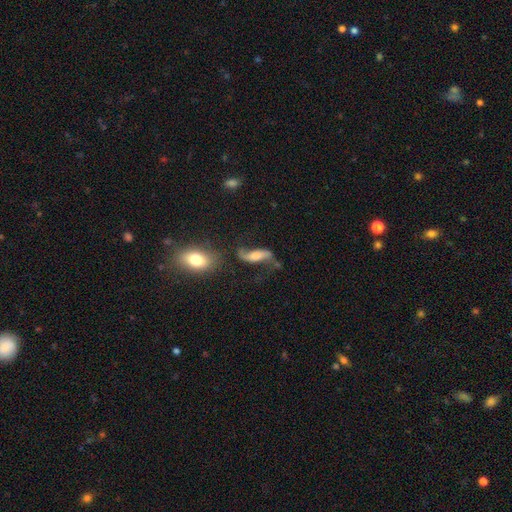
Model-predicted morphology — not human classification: The model was most divided on "bar": no: 43%, weak: 32%, strong: 25%. Remaining: spiral arm count — 2 (92%); spiral arms — yes (91%); edge-on disk — no (85%); spiral winding — loose (85%); smooth or featured — featured or disk (71%); merging — none (60%); bulge size — moderate (44%).